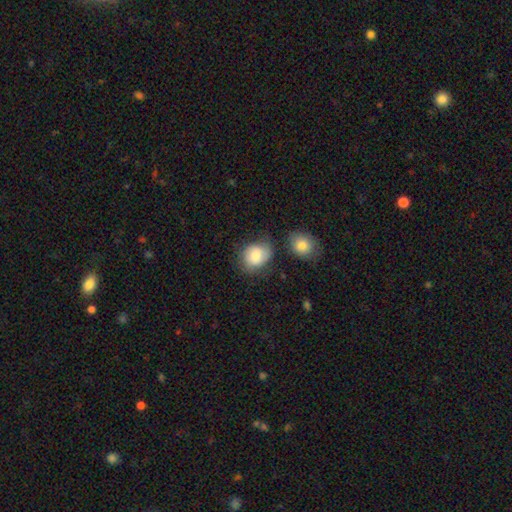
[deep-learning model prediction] A smooth galaxy with no disk features (74%) that is round (50%).

Vote fractions:
- Smooth or featured? smooth: 74% / featured or disk: 18% / star or artifact: 8%
- How rounded? round: 50% / in between: 49% / cigar-shaped: 1%
- Merging? none: 58% / minor disturbance: 25% / major disturbance: 9% / merger: 8%